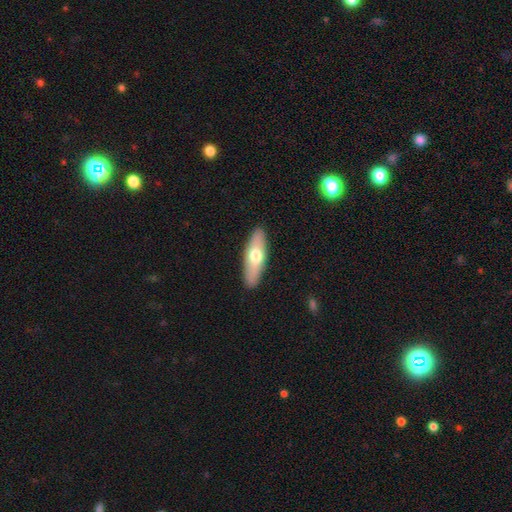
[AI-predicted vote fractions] smooth_or_featured: smooth (p=0.61) [alt: featured or disk p=0.33]
how_rounded: in between (p=0.52) [alt: cigar-shaped p=0.45]
merging: none (p=0.90) [alt: minor disturbance p=0.07]